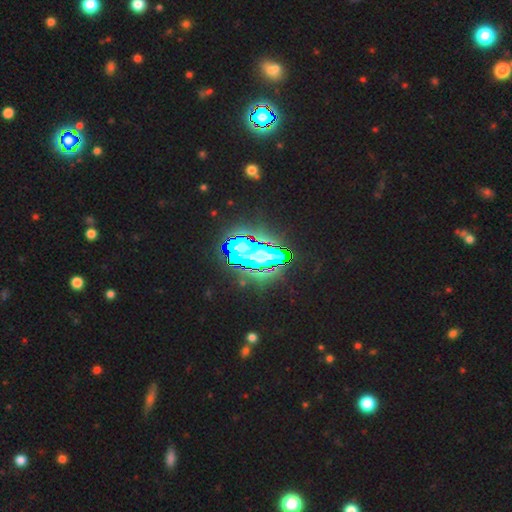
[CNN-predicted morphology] smooth_or_featured: star or artifact (p=0.63) [alt: featured or disk p=0.20]